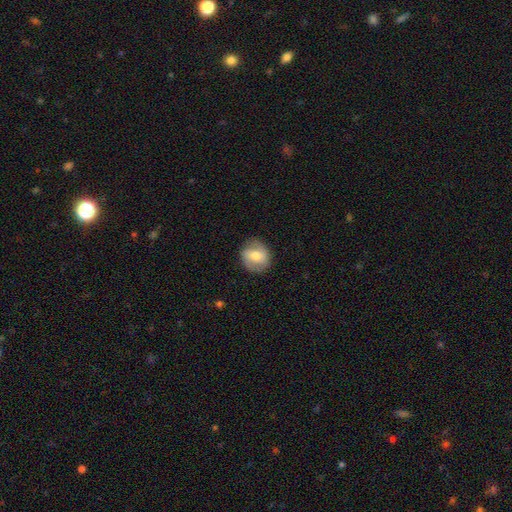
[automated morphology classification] smooth 50%, featured or disk 43%, star or artifact 7%. Down the decision tree: merging — none (82%).